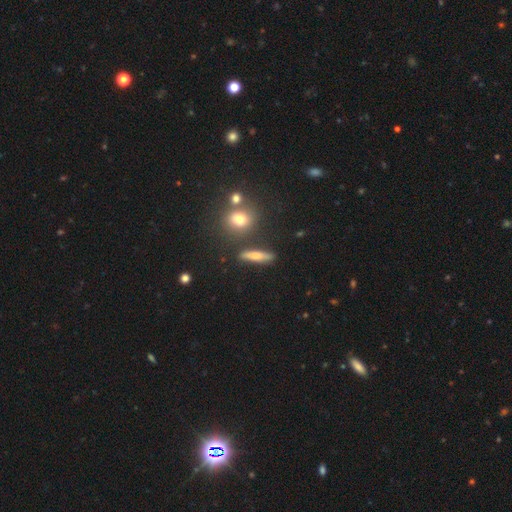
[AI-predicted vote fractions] Smooth or featured: smooth — 66% (featured or disk — 23%)
How rounded: cigar-shaped — 76% (in between — 17%)
Merging: none — 81% (minor disturbance — 10%)